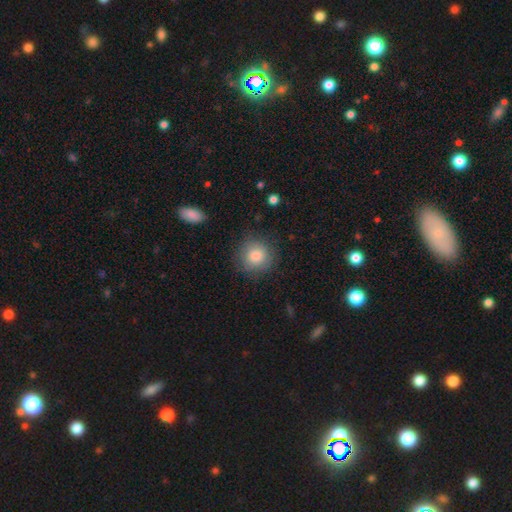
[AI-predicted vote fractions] smooth 81%, featured or disk 11%, star or artifact 8%. Down the decision tree: how rounded — round (90%); merging — none (82%).